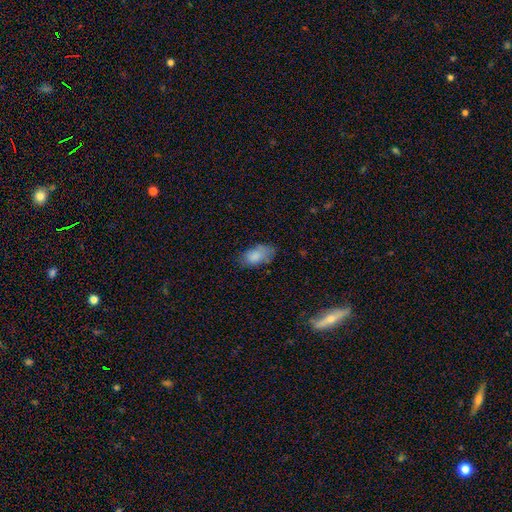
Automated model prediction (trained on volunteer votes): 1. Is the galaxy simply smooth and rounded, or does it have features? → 84% smooth, 8% featured or disk, 8% star or artifact.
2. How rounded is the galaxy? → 93% in between, 4% round, 3% cigar-shaped.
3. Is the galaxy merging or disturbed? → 65% none, 26% minor disturbance, 7% major disturbance, 2% merger.